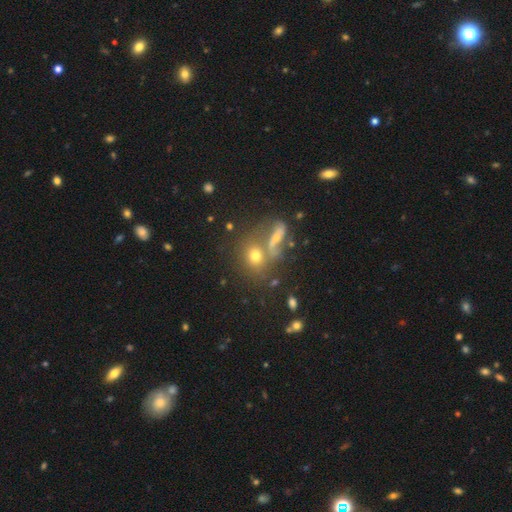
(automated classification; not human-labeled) A smooth galaxy with no disk features (63%) that is round (62%).

Vote fractions:
- Smooth or featured? smooth: 63% / featured or disk: 19% / star or artifact: 18%
- How rounded? round: 62% / in between: 34% / cigar-shaped: 4%
- Merging? none: 50% / merger: 33% / minor disturbance: 11% / major disturbance: 6%